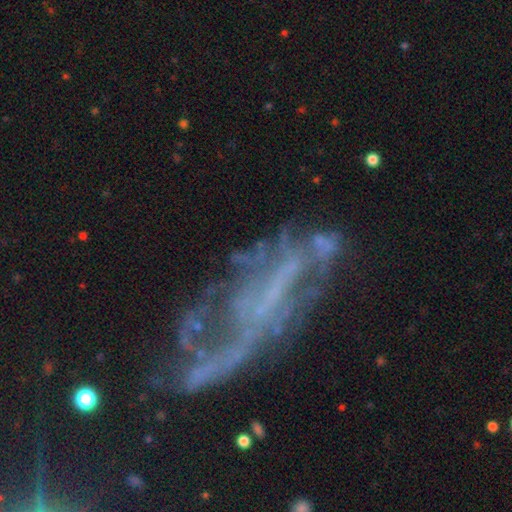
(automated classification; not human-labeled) Smooth or featured? Predicted: featured or disk (p=0.72). Edge-on disk? Predicted: no (p=0.91). Bar? Predicted: no (p=0.51). Spiral arms? Predicted: no (p=0.51). Bulge size? Predicted: none (p=0.72). Merging? Predicted: major disturbance (p=0.41).